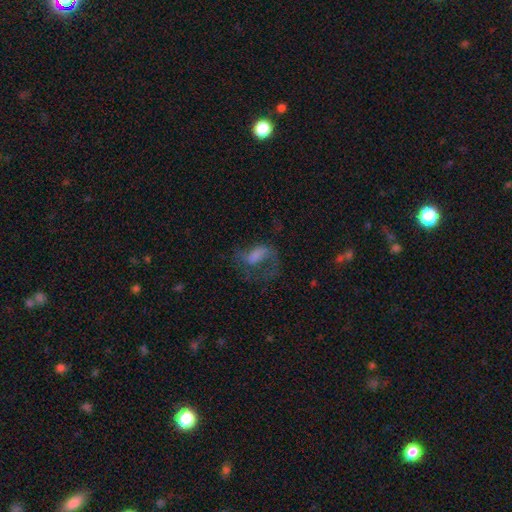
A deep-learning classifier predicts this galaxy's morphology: Overall: featured or disk (54%; smooth 31%). Edge-on disk: no (96%). Bar: no (50%; weak 35%). Spiral arms: yes (69%; no 31%). Bulge size: none (44%; moderate 20%). Merging: major disturbance (45%; none 36%).